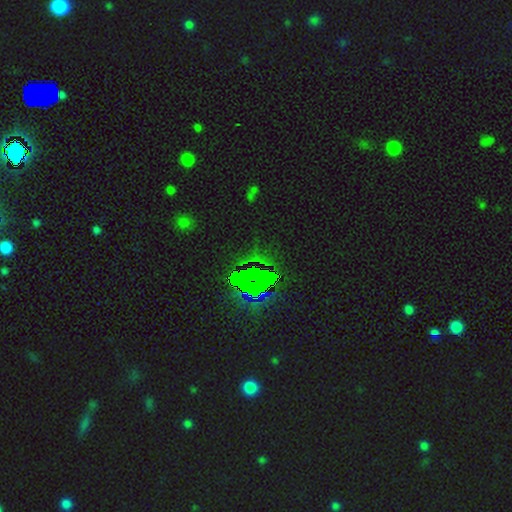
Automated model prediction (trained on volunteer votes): star or artifact 79%, smooth 12%, featured or disk 9%.